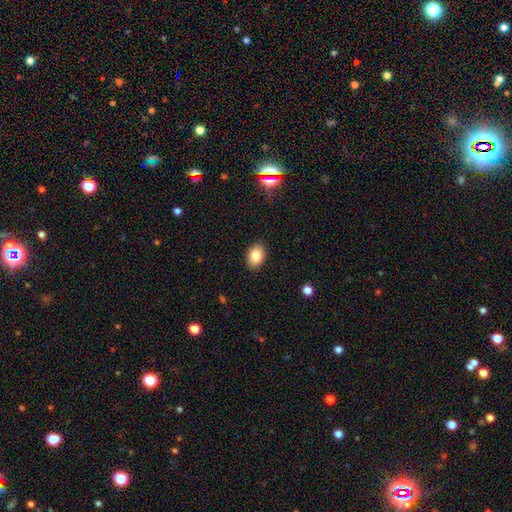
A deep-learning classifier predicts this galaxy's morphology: smooth-or-featured: smooth: 83% | star or artifact: 9% | featured or disk: 8%
  how-rounded: in between: 79% | round: 20% | cigar-shaped: 1%
  merging: none: 88% | minor disturbance: 9% | major disturbance: 2% | merger: 1%